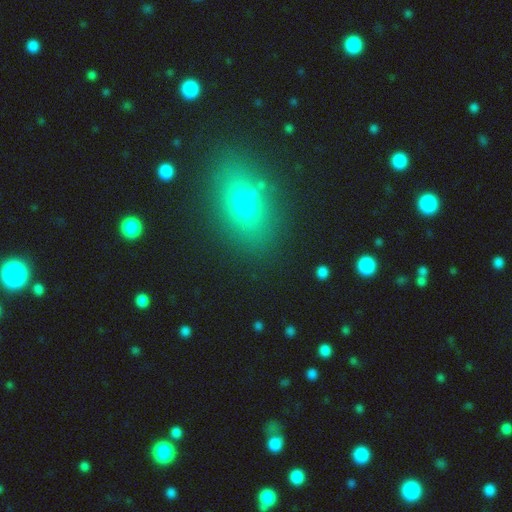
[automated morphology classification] type=smooth (64%); roundness=in between (76%); merging=none (89%).